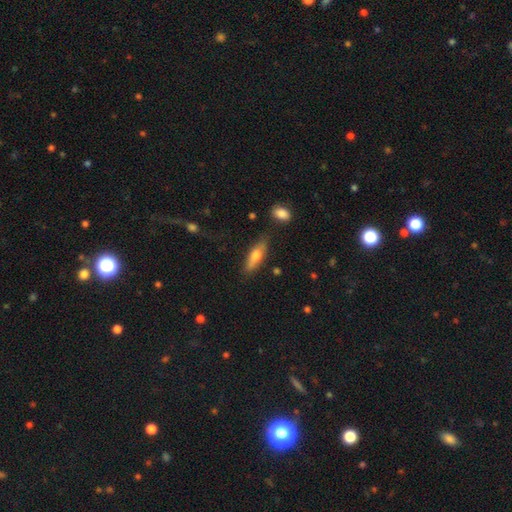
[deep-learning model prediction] The model was most divided on "how rounded": cigar-shaped: 52%, in between: 45%, round: 3%. More confident: merging — none (75%); smooth or featured — smooth (65%).